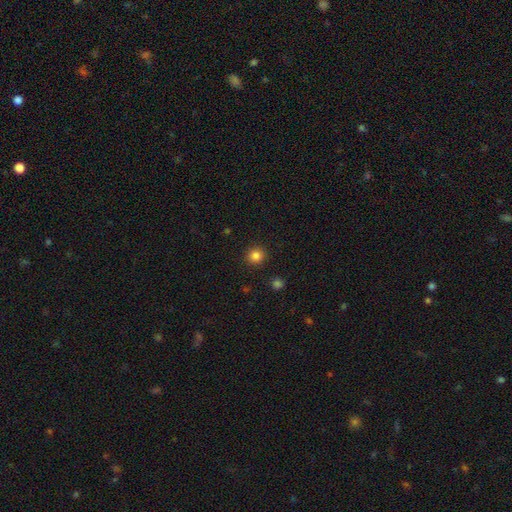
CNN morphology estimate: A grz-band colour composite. It shows a smooth galaxy with no disk features (84%) that is round (92%). Merging: none (92%).